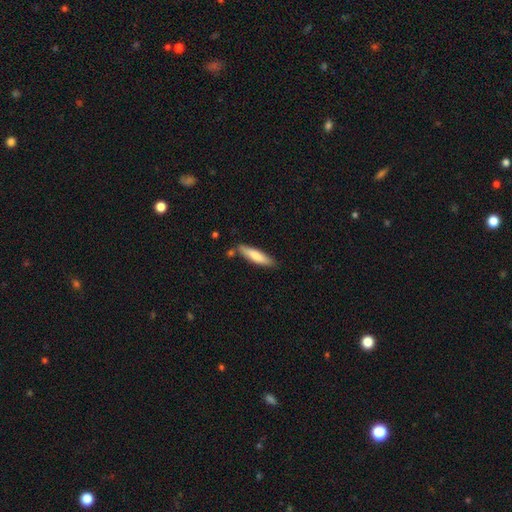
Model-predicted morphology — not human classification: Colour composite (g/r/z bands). It shows a smooth galaxy with no disk features (76%) that is cigar-shaped (78%). Merging: none (79%).